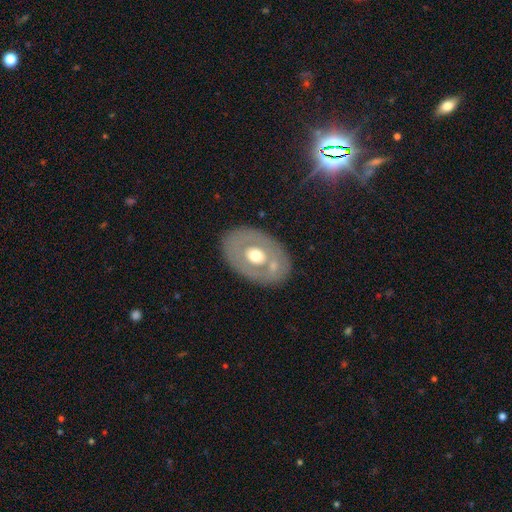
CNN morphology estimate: The model was most divided on "smooth or featured": featured or disk: 51%, smooth: 44%, star or artifact: 6%. More confident: edge-on disk — no (91%); merging — none (76%).